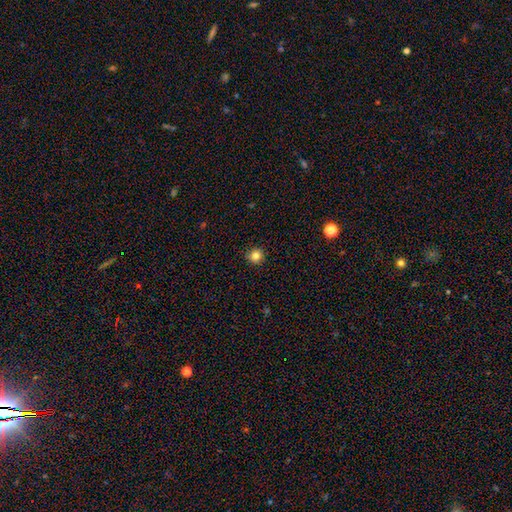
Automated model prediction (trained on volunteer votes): Overall: smooth (83%). How rounded: round (94%). Merging: none (91%).